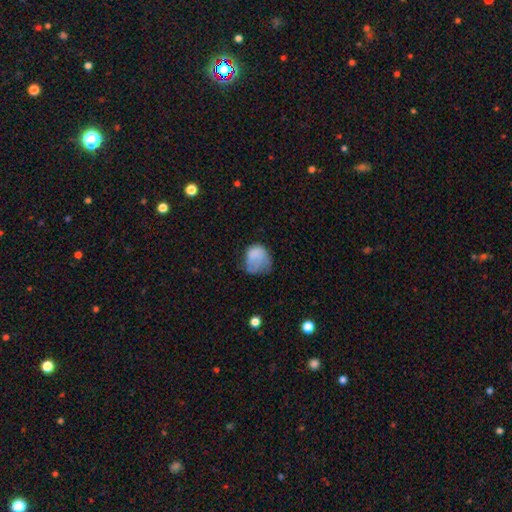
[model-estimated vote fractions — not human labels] The model was most divided on "merging": minor disturbance: 35%, major disturbance: 31%, none: 31%, merger: 3%. More confident: smooth or featured — smooth (74%); how rounded — round (62%).